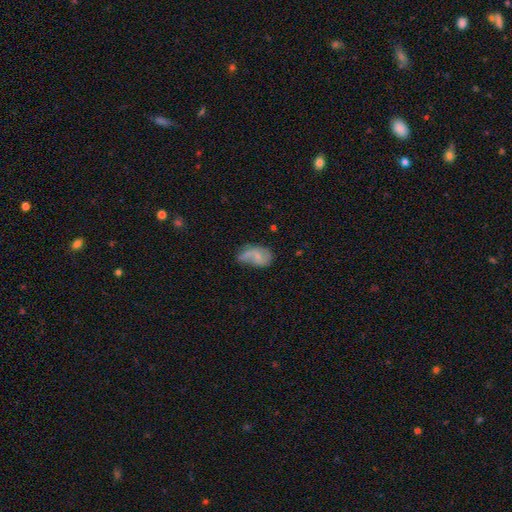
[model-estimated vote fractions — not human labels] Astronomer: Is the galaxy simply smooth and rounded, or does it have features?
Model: featured or disk — 50% (runner-up: smooth, 41%).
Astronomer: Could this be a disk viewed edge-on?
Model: no — 96%.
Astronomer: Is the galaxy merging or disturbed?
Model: none — 36% (runner-up: minor disturbance, 35%).